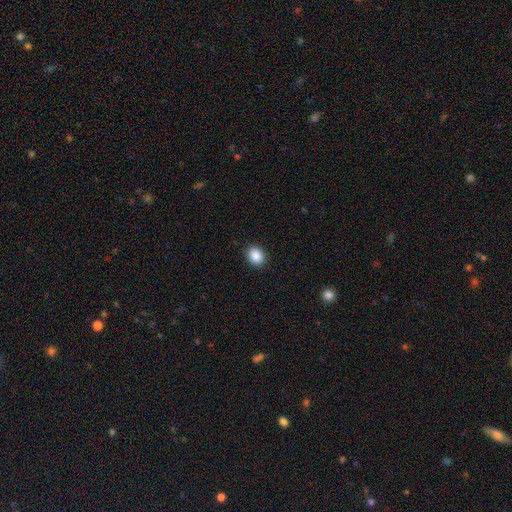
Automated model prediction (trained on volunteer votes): smooth_or_featured: smooth (p=0.88) [alt: star or artifact p=0.09]
how_rounded: round (p=0.53) [alt: in between p=0.46]
merging: none (p=0.90) [alt: minor disturbance p=0.07]